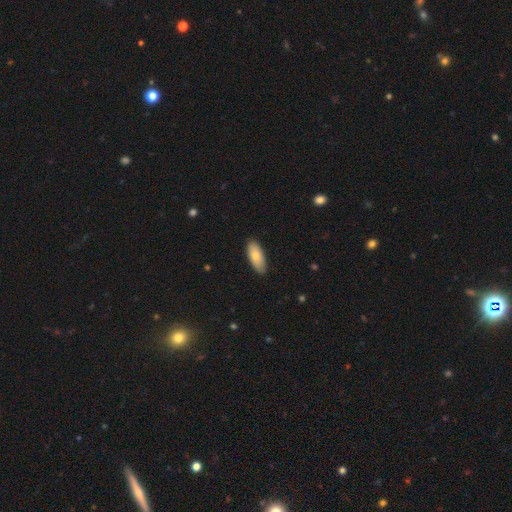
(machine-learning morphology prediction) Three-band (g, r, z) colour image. It shows a smooth galaxy with no disk features (78%) that is in between round and cigar-shaped (83%). Merging: none (87%).